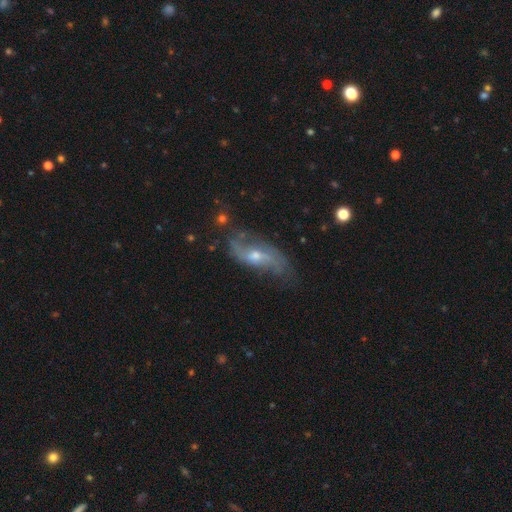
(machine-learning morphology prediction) Q: Smooth or featured?
A: featured or disk (77%); runner-up: smooth (15%)
Q: Edge-on disk?
A: no (89%); runner-up: yes (11%)
Q: Bar?
A: weak (44%); runner-up: no (43%)
Q: Spiral arms?
A: yes (88%); runner-up: no (12%)
Q: Spiral winding?
A: loose (63%); runner-up: medium (26%)
Q: Spiral arm count?
A: 2 (81%); runner-up: can't tell (11%)
Q: Bulge size?
A: moderate (55%); runner-up: small (39%)
Q: Merging?
A: none (58%); runner-up: minor disturbance (25%)